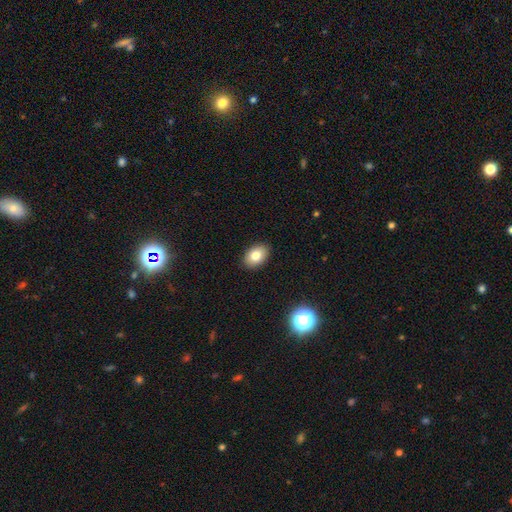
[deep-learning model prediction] The model was most divided on "how rounded": in between: 83%, round: 16%, cigar-shaped: 1%. More confident: merging — none (89%); smooth or featured — smooth (80%).